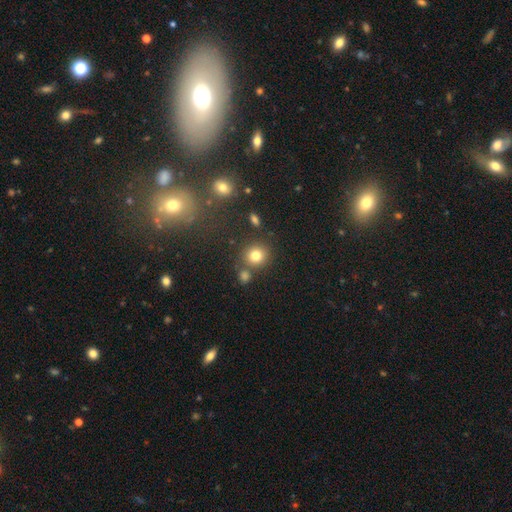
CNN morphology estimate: Smooth or featured? Predicted: smooth (p=0.79). How rounded? Predicted: round (p=0.86). Merging? Predicted: none (p=0.74).